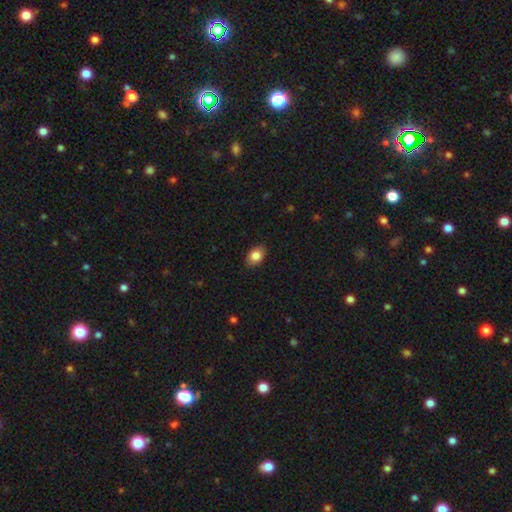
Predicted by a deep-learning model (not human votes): Smooth or featured?
  - smooth: 84% *
  - featured or disk: 8%
  - star or artifact: 8%
How rounded?
  - in between: 81% *
  - round: 18%
  - cigar-shaped: 1%
Merging?
  - none: 87% *
  - minor disturbance: 10%
  - major disturbance: 2%
  - merger: 1%